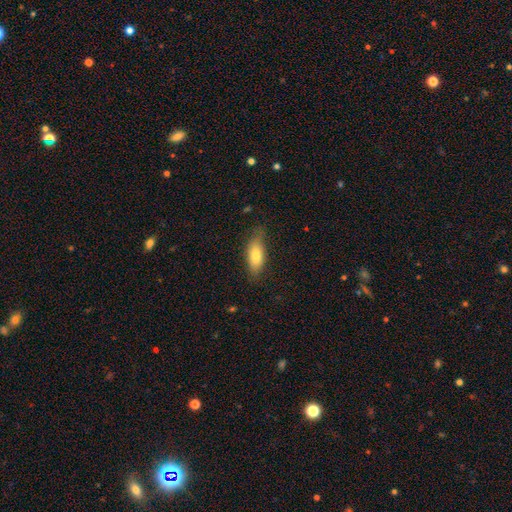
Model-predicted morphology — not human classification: This is likely a smooth galaxy (77%). How rounded: clearly in between (80%). Merging: likely none (73%).